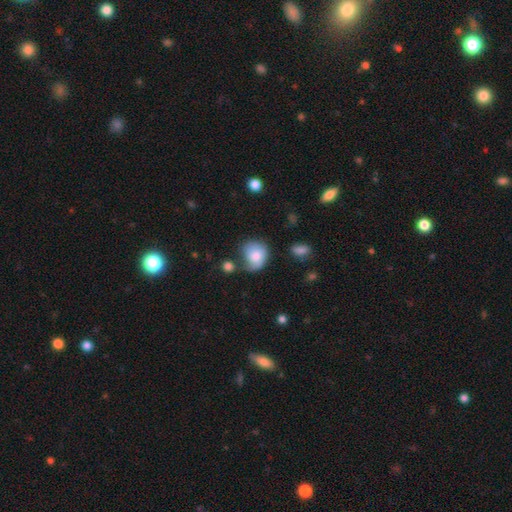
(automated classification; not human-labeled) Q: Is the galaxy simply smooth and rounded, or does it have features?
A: smooth — 73%.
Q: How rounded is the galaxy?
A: round — 62%.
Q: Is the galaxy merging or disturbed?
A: none — 38%.